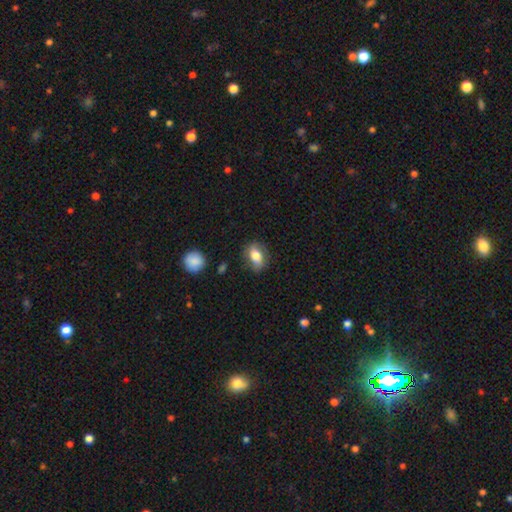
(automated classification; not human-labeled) The model was most divided on "merging": none: 77%, minor disturbance: 17%, major disturbance: 5%, merger: 2%. More confident: how rounded — in between (81%); smooth or featured — smooth (78%).